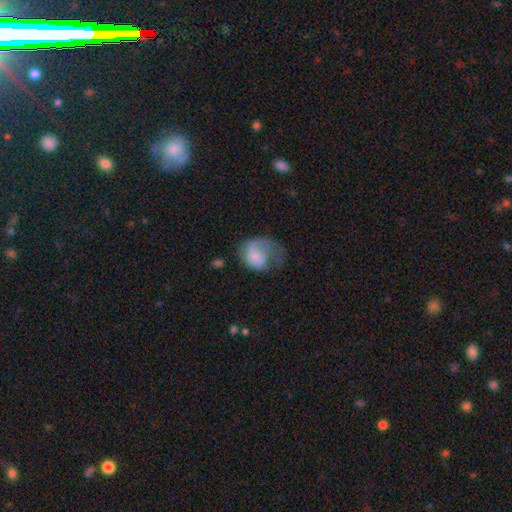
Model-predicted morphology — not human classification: The model was most divided on "how rounded": in between: 56%, round: 43%, cigar-shaped: 1%. More confident: merging — major disturbance (58%); smooth or featured — smooth (54%).